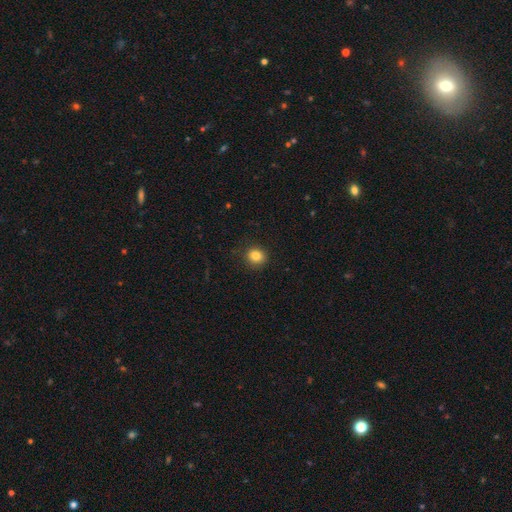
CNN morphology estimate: Smooth or featured: smooth — 84% (star or artifact — 11%)
How rounded: round — 83% (in between — 17%)
Merging: none — 88% (minor disturbance — 8%)